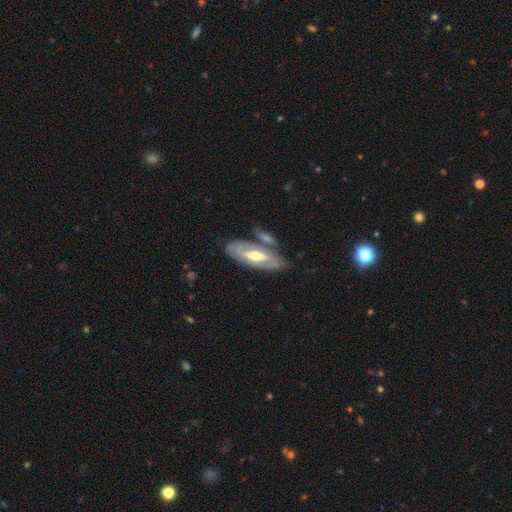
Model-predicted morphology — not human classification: A featured or disk galaxy (71%) with a strong bar (37%), spiral arms (64%) and a moderate central bulge (69%).

Vote fractions:
- Smooth or featured? featured or disk: 71% / smooth: 24% / star or artifact: 5%
- Edge-on disk? no: 80% / yes: 20%
- Bar? strong: 37% / weak: 33% / no: 31%
- Spiral arms? yes: 64% / no: 36%
- Bulge size? moderate: 69% / small: 22% / large: 8% / none: 1% / dominant: 1%
- Merging? none: 63% / merger: 16% / minor disturbance: 15% / major disturbance: 6%